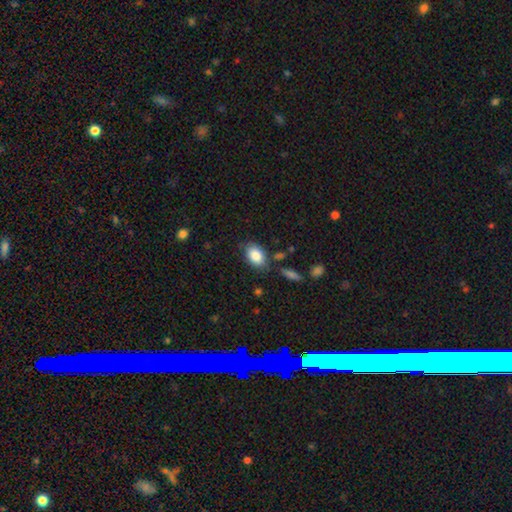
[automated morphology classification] This is clearly a smooth galaxy (84%). How rounded: clearly in between (87%). Merging: likely none (77%).